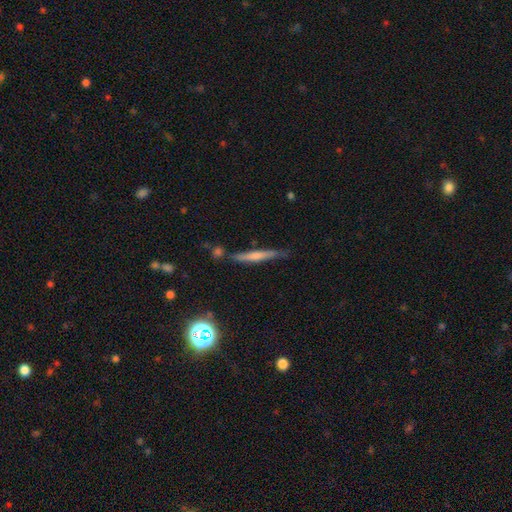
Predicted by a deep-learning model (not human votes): The model was most divided on "smooth or featured": smooth: 49%, featured or disk: 42%, star or artifact: 8%. More confident: merging — none (75%).